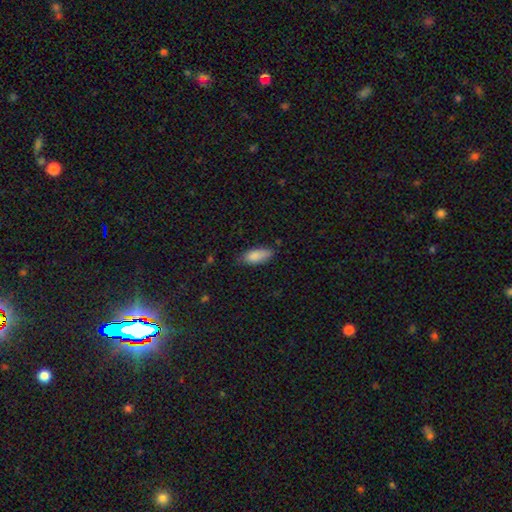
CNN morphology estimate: type=smooth (87%); roundness=in between (83%); merging=none (74%).